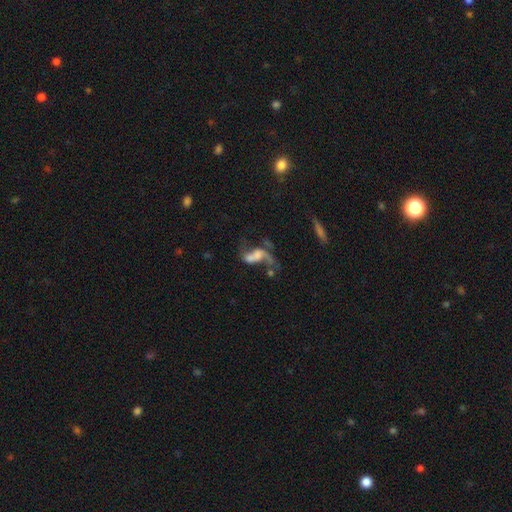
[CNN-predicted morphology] smooth-or-featured: featured or disk: 60% | smooth: 27% | star or artifact: 13%
  disk-edge-on: no: 95% | yes: 5%
    bar: no: 65% | weak: 25% | strong: 10%
    has-spiral-arms: yes: 61% | no: 39%
    bulge-size: none: 43% | moderate: 20% | small: 20% | large: 14% | dominant: 4%
  merging: merger: 34% (tied) | major disturbance: 34% (tied) | none: 21% | minor disturbance: 11%